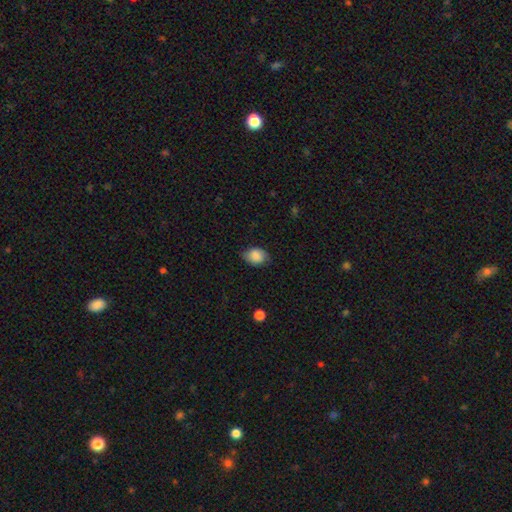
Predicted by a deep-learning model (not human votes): Q: Smooth or featured?
A: smooth (81%); runner-up: featured or disk (11%)
Q: How rounded?
A: in between (70%); runner-up: round (29%)
Q: Merging?
A: none (73%); runner-up: minor disturbance (22%)